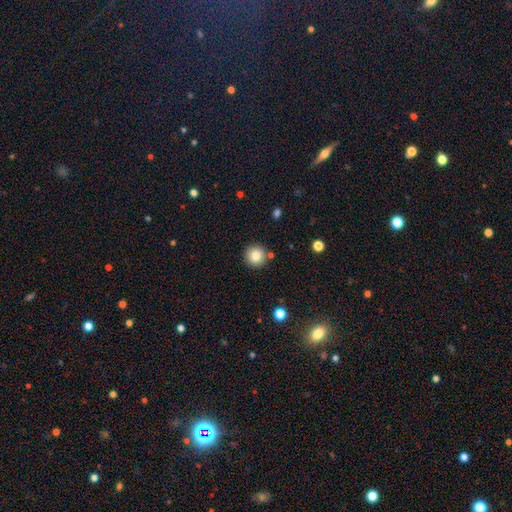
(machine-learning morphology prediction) This appears to be a smooth galaxy with no disk features (83%) that is round (95%). Merging: none (88%).